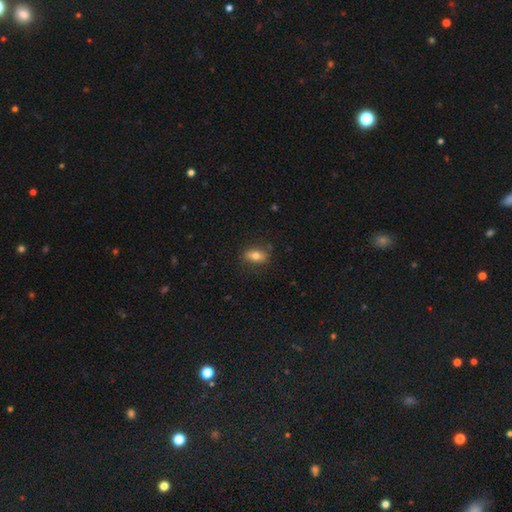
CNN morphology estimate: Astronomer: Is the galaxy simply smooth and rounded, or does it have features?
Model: smooth — 74%.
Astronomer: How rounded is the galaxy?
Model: in between — 82%.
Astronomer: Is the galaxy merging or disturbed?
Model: none — 81%.